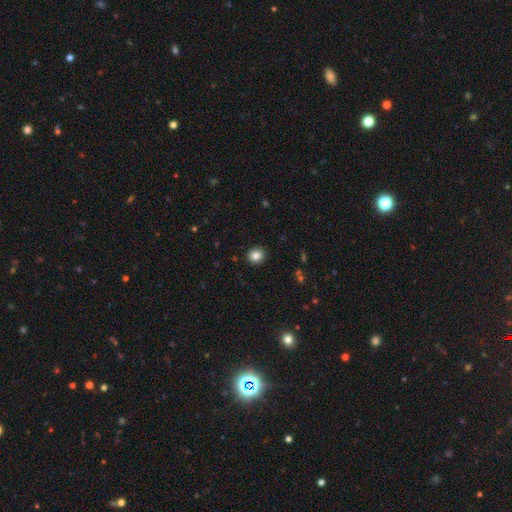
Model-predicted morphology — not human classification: Overall: smooth (84%). How rounded: round (85%). Merging: none (92%).